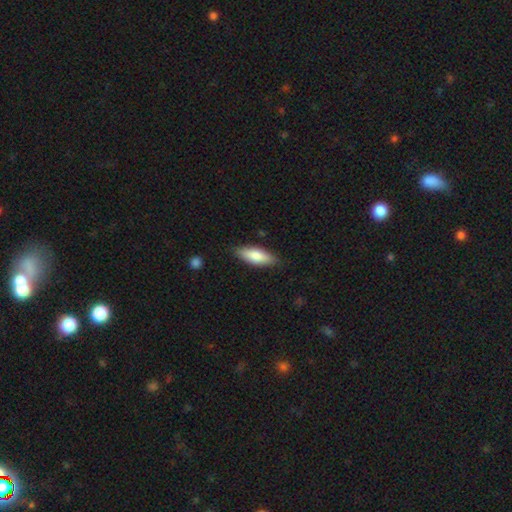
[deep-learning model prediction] Smooth or featured: smooth — 80% (featured or disk — 14%)
How rounded: in between — 66% (cigar-shaped — 32%)
Merging: none — 84% (minor disturbance — 13%)